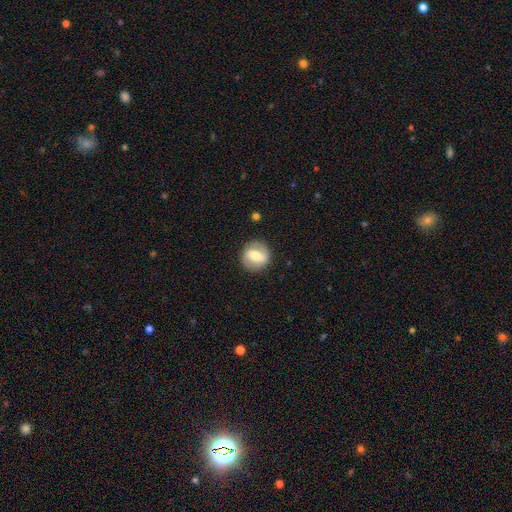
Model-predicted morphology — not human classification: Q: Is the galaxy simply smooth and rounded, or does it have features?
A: featured or disk — 53%.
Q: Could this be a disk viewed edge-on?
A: no — 95%.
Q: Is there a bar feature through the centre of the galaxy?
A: strong — 47%.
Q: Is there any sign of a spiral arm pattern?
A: yes — 66%.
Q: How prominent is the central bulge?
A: moderate — 58%.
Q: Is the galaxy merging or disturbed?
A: none — 84%.